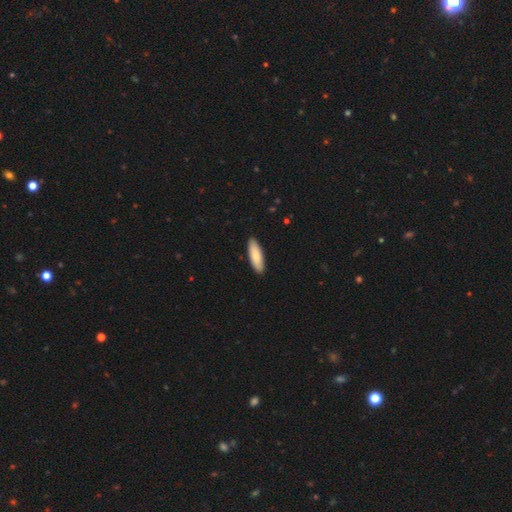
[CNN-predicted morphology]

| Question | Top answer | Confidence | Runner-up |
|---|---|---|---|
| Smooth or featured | smooth | 84% | featured or disk (11%) |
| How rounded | in between | 56% | cigar-shaped (43%) |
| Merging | none | 90% | minor disturbance (7%) |